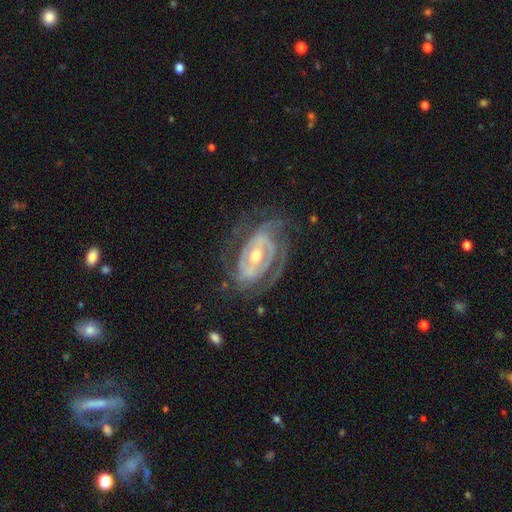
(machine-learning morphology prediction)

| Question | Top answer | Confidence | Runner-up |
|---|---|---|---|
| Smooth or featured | featured or disk | 89% | smooth (6%) |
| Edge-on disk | no | 95% | yes (5%) |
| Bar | strong | 37% | weak (36%) |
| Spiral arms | yes | 94% | no (6%) |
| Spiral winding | tight | 61% | medium (31%) |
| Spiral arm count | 2 | 46% | 3 (20%) |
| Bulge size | moderate | 62% | small (33%) |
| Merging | none | 69% | minor disturbance (18%) |